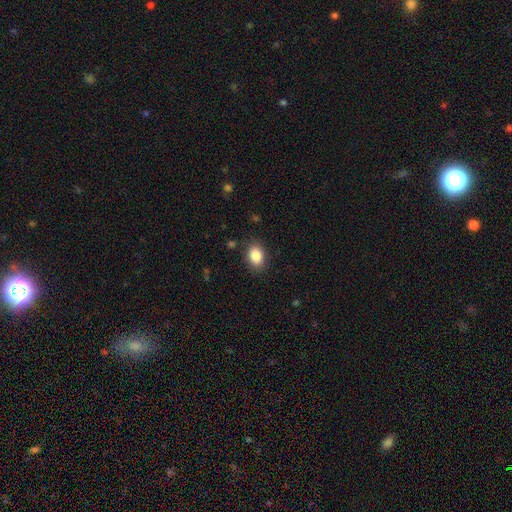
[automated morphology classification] smooth_or_featured: smooth (p=0.86) [alt: star or artifact p=0.08]
how_rounded: in between (p=0.77) [alt: round p=0.22]
merging: none (p=0.86) [alt: minor disturbance p=0.10]